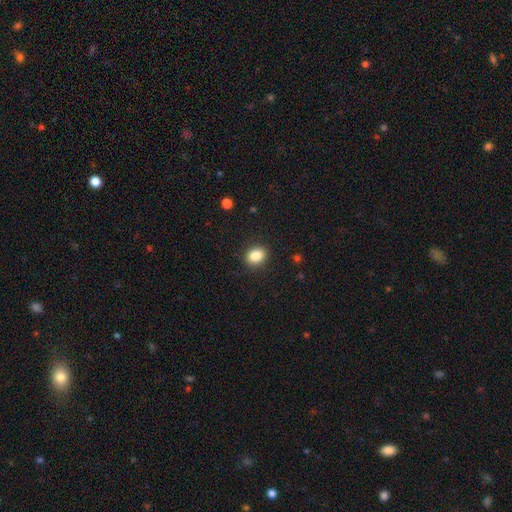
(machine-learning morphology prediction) This is clearly a smooth galaxy (85%). How rounded: possibly in between (53%). Merging: clearly none (89%).